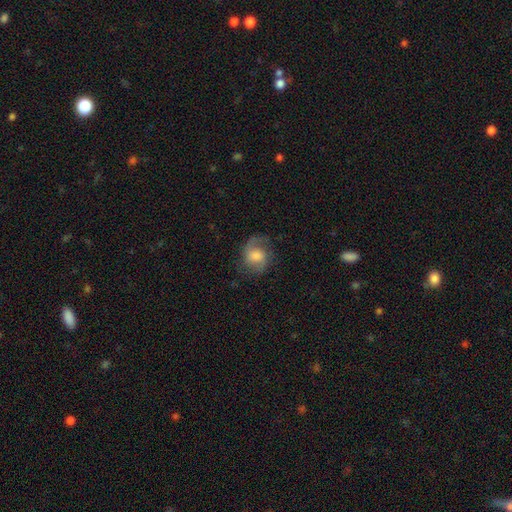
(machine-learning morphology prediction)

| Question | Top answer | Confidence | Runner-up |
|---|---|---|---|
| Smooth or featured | featured or disk | 60% | smooth (31%) |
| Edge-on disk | no | 97% | yes (3%) |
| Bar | no | 54% | weak (38%) |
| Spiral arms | yes | 91% | no (9%) |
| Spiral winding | medium | 47% | loose (34%) |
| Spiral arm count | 2 | 81% | 1 (10%) |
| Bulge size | moderate | 48% | small (22%) |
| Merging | none | 70% | minor disturbance (19%) |